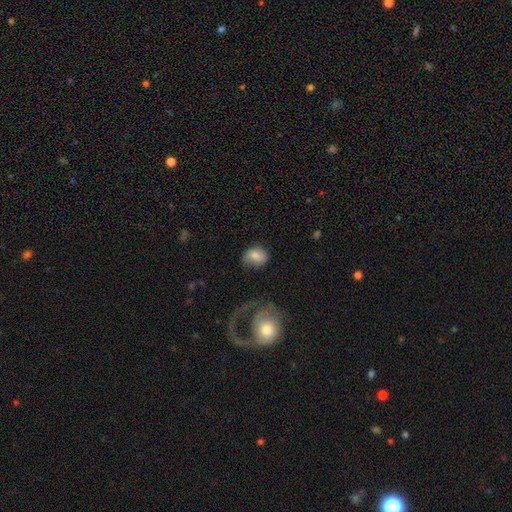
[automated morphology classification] smooth_or_featured: smooth (p=0.77) [alt: featured or disk p=0.15]
how_rounded: in between (p=0.50) [alt: round p=0.49]
merging: none (p=0.65) [alt: minor disturbance p=0.23]